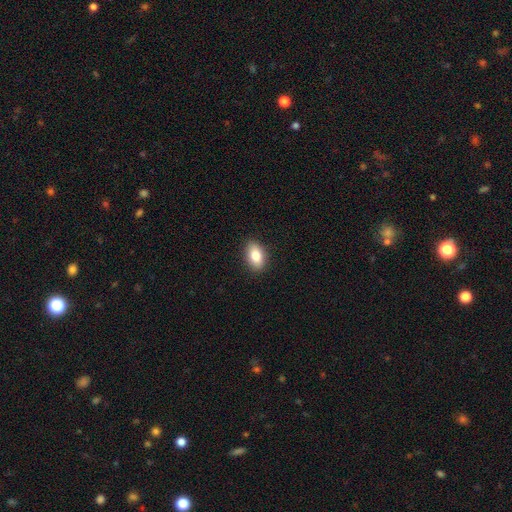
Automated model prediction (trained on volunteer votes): Smooth or featured?
  - smooth: 82% *
  - featured or disk: 10%
  - star or artifact: 8%
How rounded?
  - in between: 88% *
  - round: 9%
  - cigar-shaped: 3%
Merging?
  - none: 89% *
  - minor disturbance: 8%
  - major disturbance: 2%
  - merger: 1%